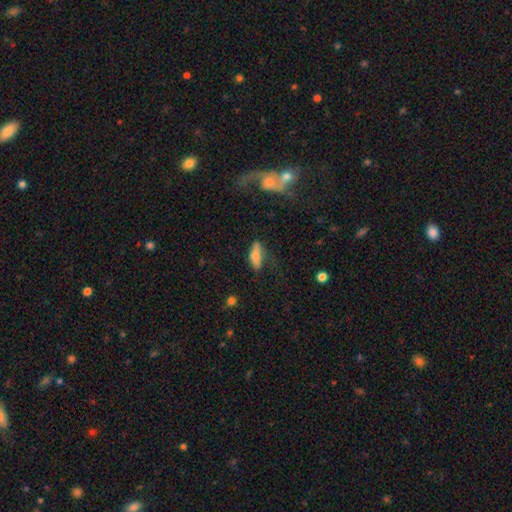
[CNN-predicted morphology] Q: Smooth or featured?
A: smooth (73%); runner-up: featured or disk (19%)
Q: How rounded?
A: in between (59%); runner-up: cigar-shaped (39%)
Q: Merging?
A: none (59%); runner-up: minor disturbance (27%)